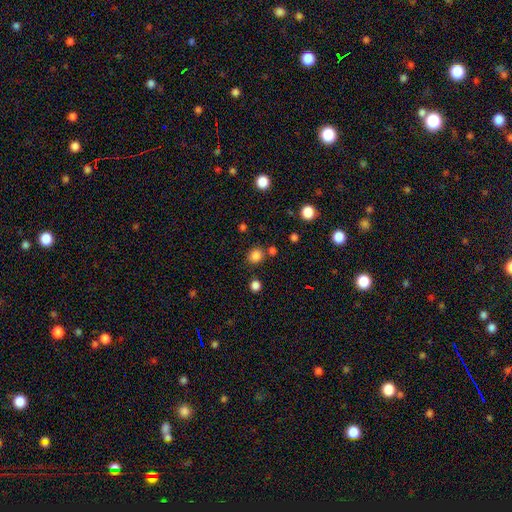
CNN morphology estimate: Q: Smooth or featured?
A: smooth (82%); runner-up: star or artifact (14%)
Q: How rounded?
A: round (73%); runner-up: in between (26%)
Q: Merging?
A: none (77%); runner-up: minor disturbance (10%)